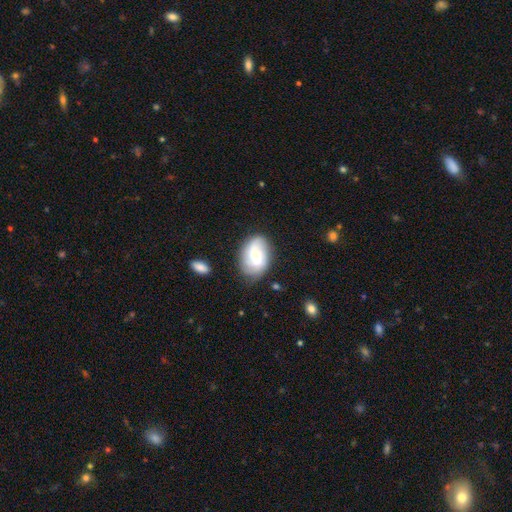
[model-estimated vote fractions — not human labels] featured or disk 54%, smooth 38%, star or artifact 8%. Down the decision tree: edge-on disk — no (96%); bar — no (59%); spiral arms — yes (82%); bulge size — moderate (48%); merging — none (72%).